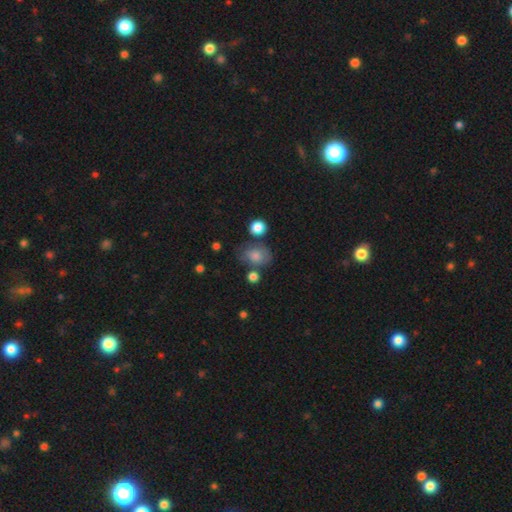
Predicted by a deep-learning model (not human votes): This appears to be a smooth galaxy with no disk features (75%) that is in between round and cigar-shaped (66%). Merging: none (54%).